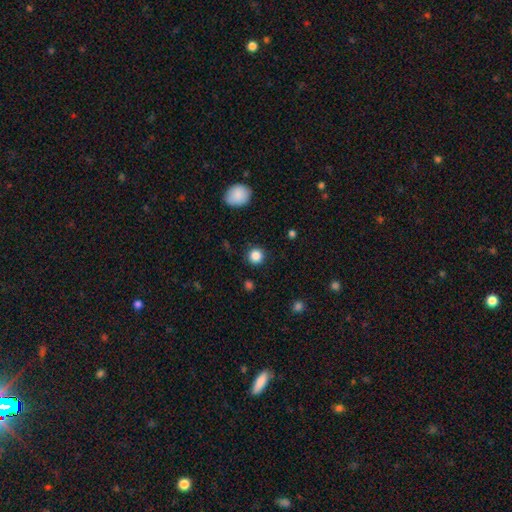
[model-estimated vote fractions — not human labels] A smooth galaxy with no disk features (86%) that is round (94%). Merging: none (90%).